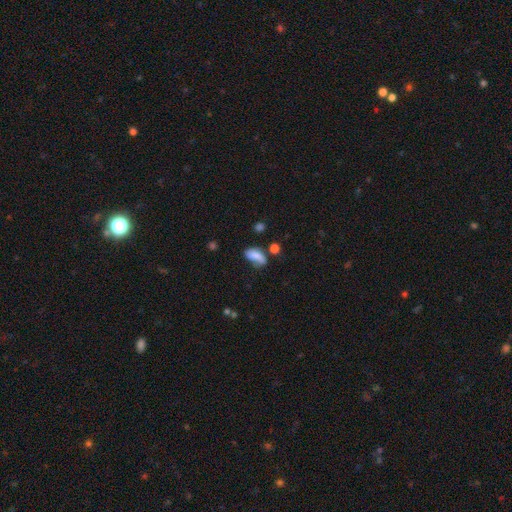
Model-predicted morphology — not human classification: A smooth galaxy with no disk features (70%) that is in between round and cigar-shaped (89%). Merging: none (39%).